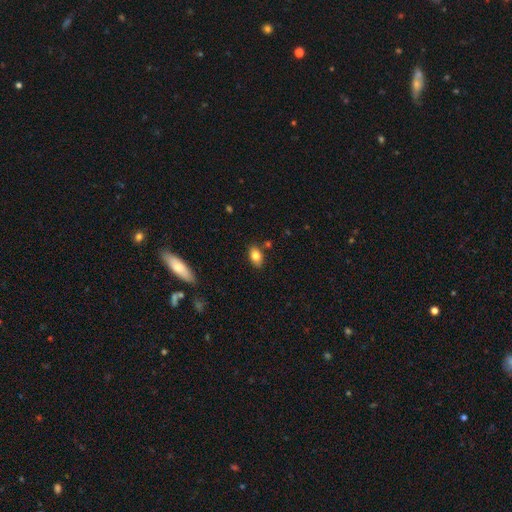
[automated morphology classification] This is clearly a smooth galaxy (81%). How rounded: clearly in between (86%). Merging: clearly none (81%).